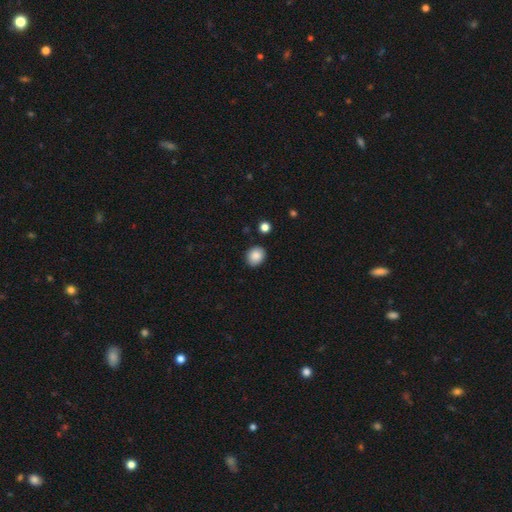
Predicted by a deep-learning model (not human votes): Smooth or featured: smooth — 88% (star or artifact — 8%)
How rounded: round — 67% (in between — 32%)
Merging: none — 88% (minor disturbance — 8%)